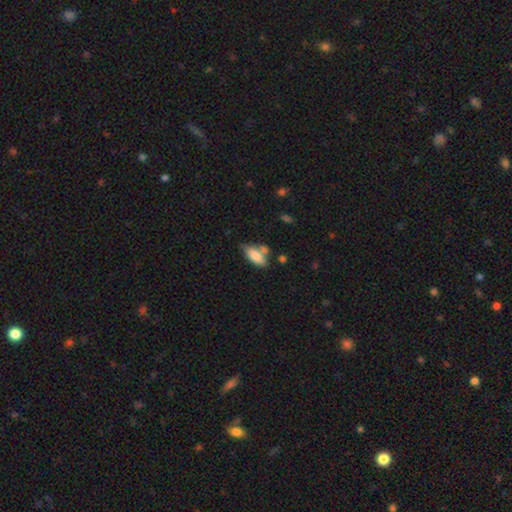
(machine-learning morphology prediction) smooth_or_featured: smooth (p=0.78) [alt: featured or disk p=0.14]
how_rounded: in between (p=0.84) [alt: cigar-shaped p=0.14]
merging: none (p=0.51) [alt: merger p=0.23]